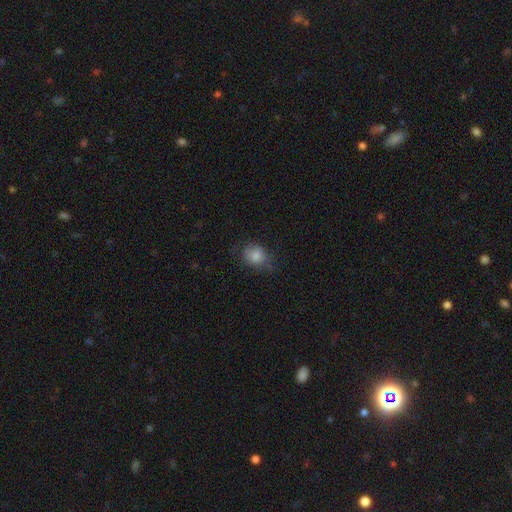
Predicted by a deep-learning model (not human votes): This is clearly a smooth galaxy (81%). How rounded: possibly round (56%). Merging: likely none (62%).